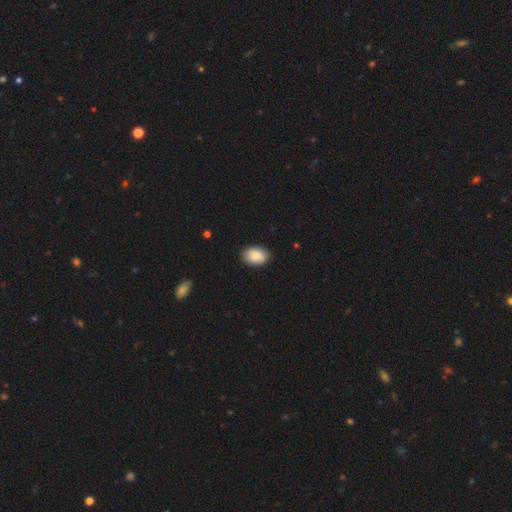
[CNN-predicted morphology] Smooth or featured? smooth (88%)
How rounded? in between (86%)
Merging? none (87%)